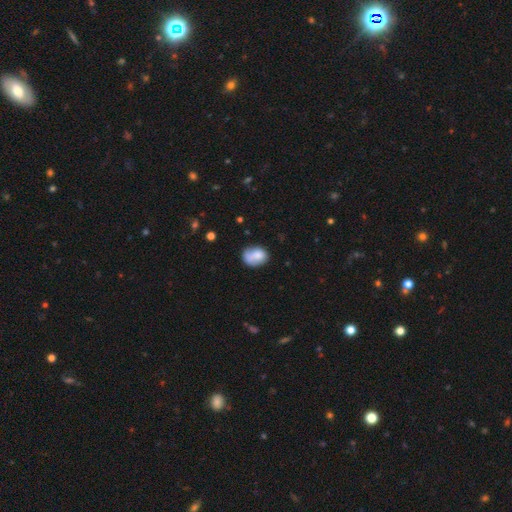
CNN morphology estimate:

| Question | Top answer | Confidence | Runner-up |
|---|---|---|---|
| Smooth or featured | smooth | 76% | featured or disk (15%) |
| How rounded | in between | 61% | round (38%) |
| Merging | none | 45% | minor disturbance (25%) |